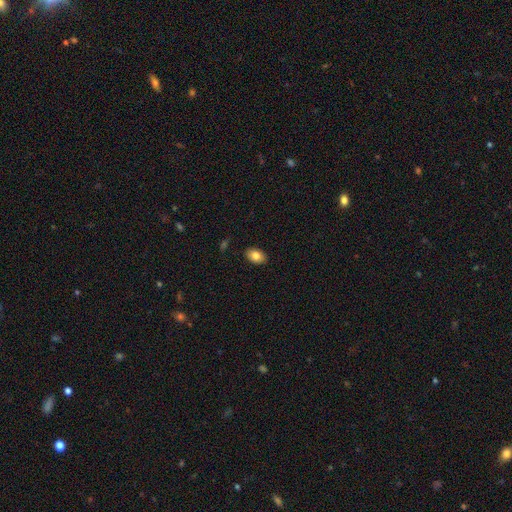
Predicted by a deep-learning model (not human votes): smooth-or-featured: smooth: 82% | featured or disk: 10% | star or artifact: 8%
  how-rounded: in between: 85% | round: 13% | cigar-shaped: 1%
  merging: none: 89% | minor disturbance: 8% | major disturbance: 2% | merger: 1%